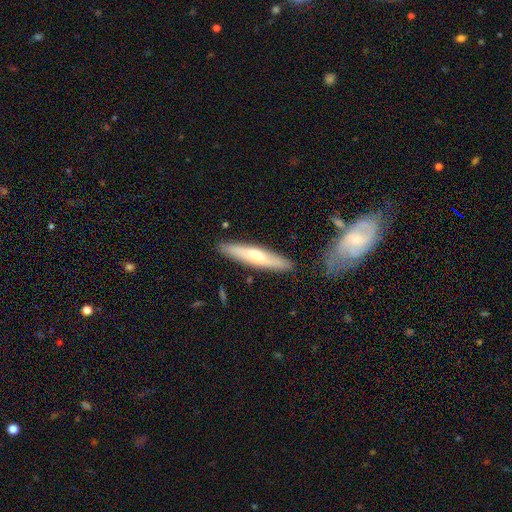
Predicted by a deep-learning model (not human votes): A featured or disk galaxy (49%). Merging: none (84%).